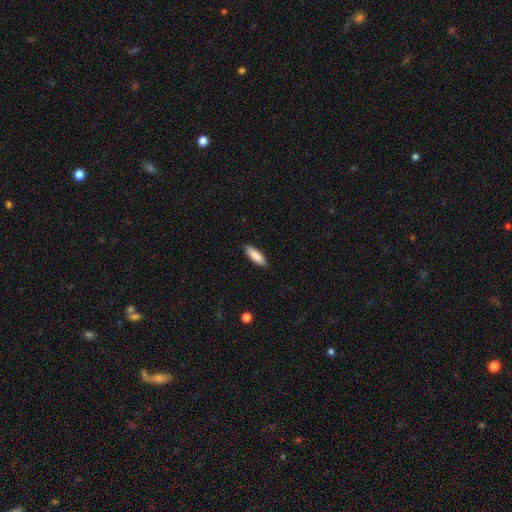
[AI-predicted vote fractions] The model was most divided on "how rounded": in between: 55%, cigar-shaped: 44%, round: 2%. More confident: merging — none (89%); smooth or featured — smooth (88%).